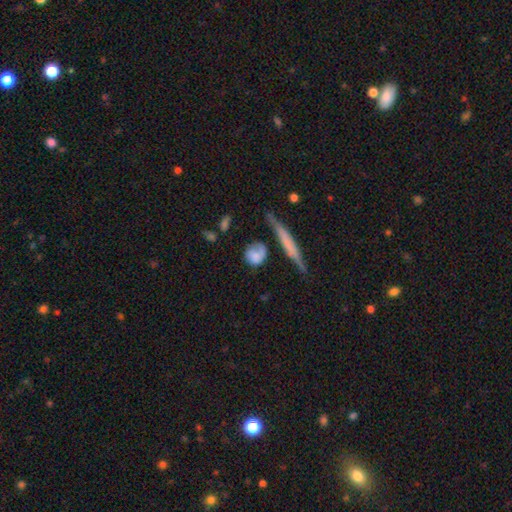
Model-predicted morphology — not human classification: Smooth or featured? Predicted: smooth (p=0.68). How rounded? Predicted: round (p=0.70). Merging? Predicted: none (p=0.48).